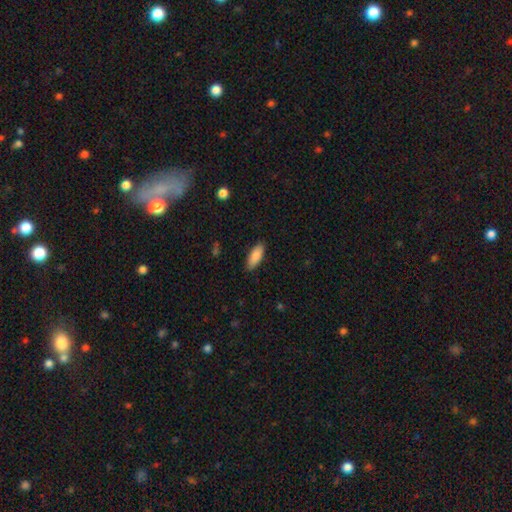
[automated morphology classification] smooth-or-featured: smooth: 87% | featured or disk: 7% | star or artifact: 6%
  how-rounded: in between: 76% | cigar-shaped: 22% | round: 2%
  merging: none: 86% | minor disturbance: 11% | major disturbance: 2% | merger: 1%